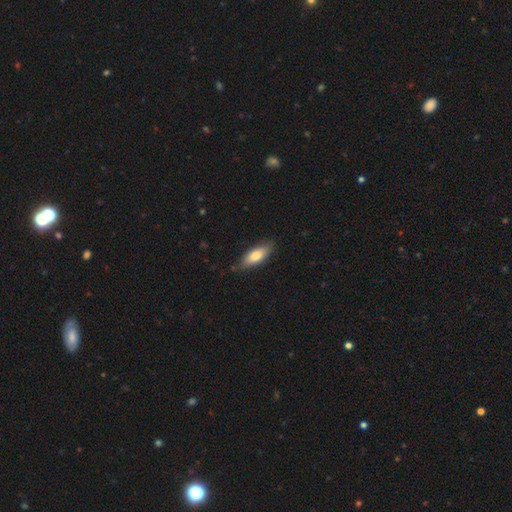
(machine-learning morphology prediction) smooth_or_featured: smooth (p=0.74) [alt: featured or disk p=0.20]
how_rounded: in between (p=0.68) [alt: cigar-shaped p=0.30]
merging: none (p=0.79) [alt: minor disturbance p=0.17]